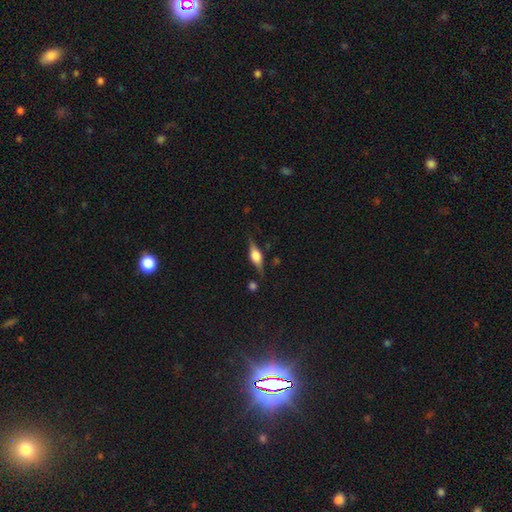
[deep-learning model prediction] Q: Smooth or featured?
A: featured or disk (61%); runner-up: smooth (32%)
Q: Edge-on disk?
A: yes (95%); runner-up: no (5%)
Q: Edge-on bulge?
A: rounded (87%); runner-up: boxy (12%)
Q: Merging?
A: none (78%); runner-up: minor disturbance (15%)